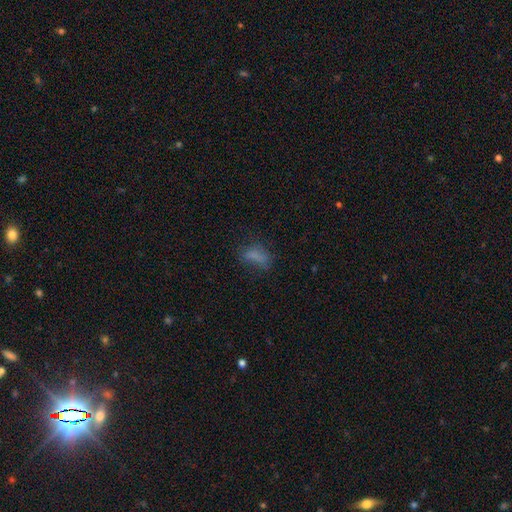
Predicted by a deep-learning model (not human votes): This is likely a smooth galaxy (73%). How rounded: likely in between (75%). Merging: possibly none (55%).